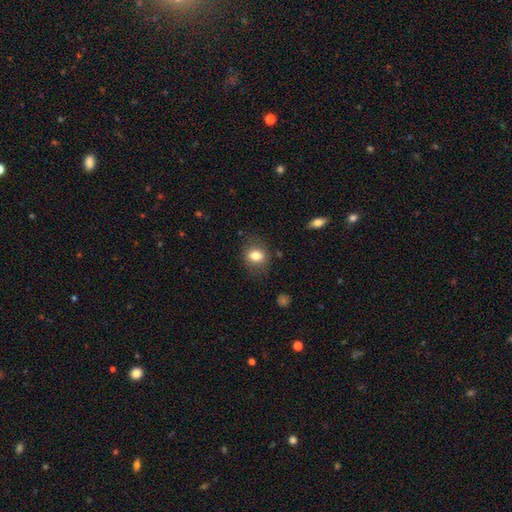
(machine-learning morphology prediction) The model was most divided on "how rounded": in between: 51%, round: 48%, cigar-shaped: 1%. More confident: smooth or featured — smooth (78%); merging — none (75%).